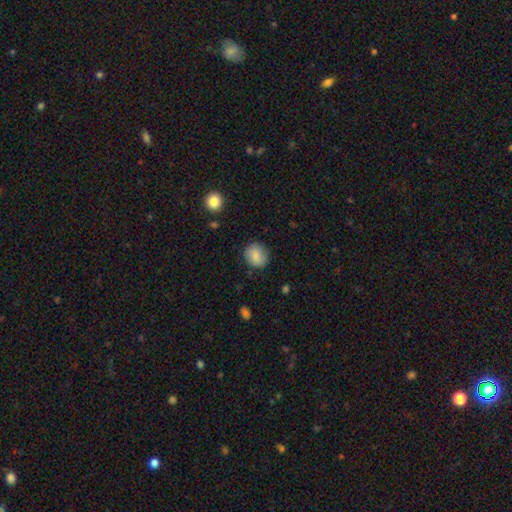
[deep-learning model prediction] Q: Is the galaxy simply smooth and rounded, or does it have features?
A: smooth — 85%.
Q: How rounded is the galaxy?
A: round — 77%.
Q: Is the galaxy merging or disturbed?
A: none — 83%.